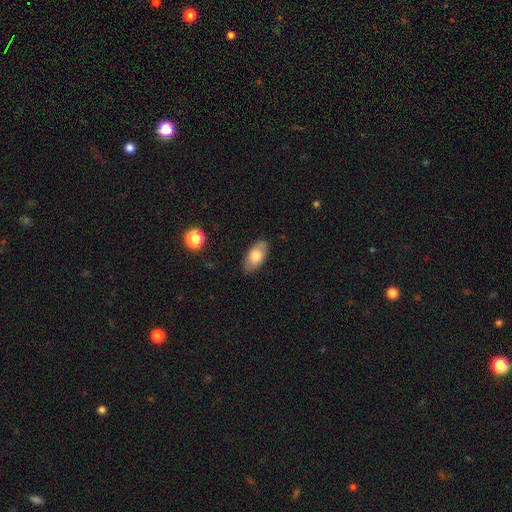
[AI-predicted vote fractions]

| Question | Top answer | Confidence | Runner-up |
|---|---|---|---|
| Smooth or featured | smooth | 73% | featured or disk (21%) |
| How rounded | in between | 93% | round (4%) |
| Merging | none | 84% | minor disturbance (12%) |